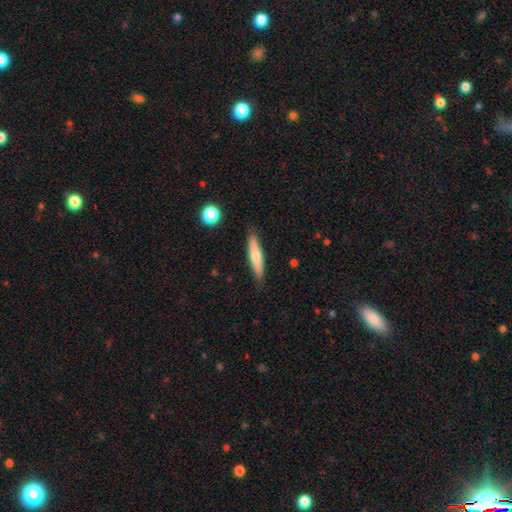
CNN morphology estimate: Q: Smooth or featured?
A: smooth (55%); runner-up: featured or disk (38%)
Q: How rounded?
A: cigar-shaped (83%); runner-up: in between (15%)
Q: Merging?
A: none (87%); runner-up: minor disturbance (9%)